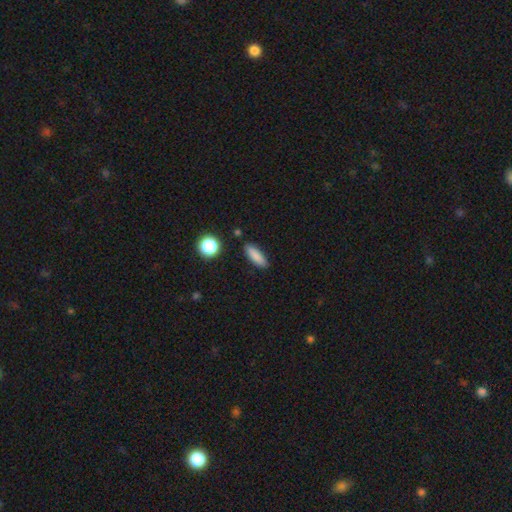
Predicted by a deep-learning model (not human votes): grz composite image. It shows a smooth galaxy with no disk features (85%) that is cigar-shaped (48%, tied with in between). Merging: none (85%).